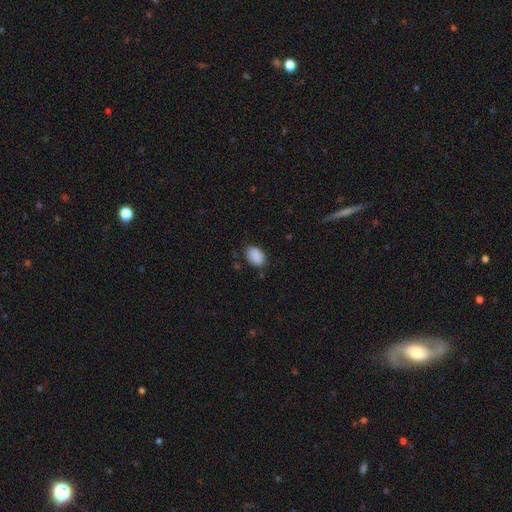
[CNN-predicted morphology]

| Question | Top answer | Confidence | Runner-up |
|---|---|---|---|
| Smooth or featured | smooth | 89% | star or artifact (7%) |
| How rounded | in between | 82% | round (17%) |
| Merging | none | 80% | minor disturbance (15%) |